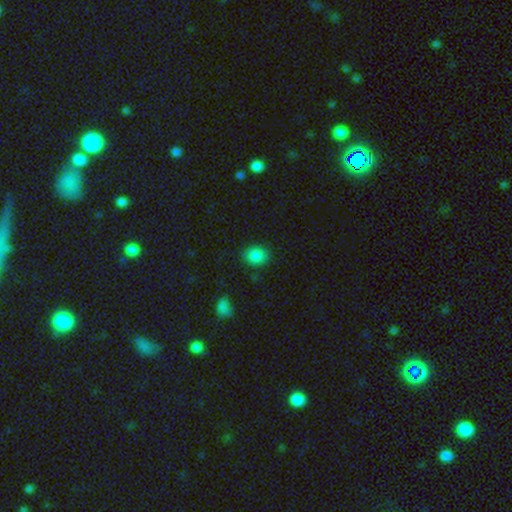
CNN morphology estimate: type=smooth (86%); roundness=in between (51%); merging=none (85%).